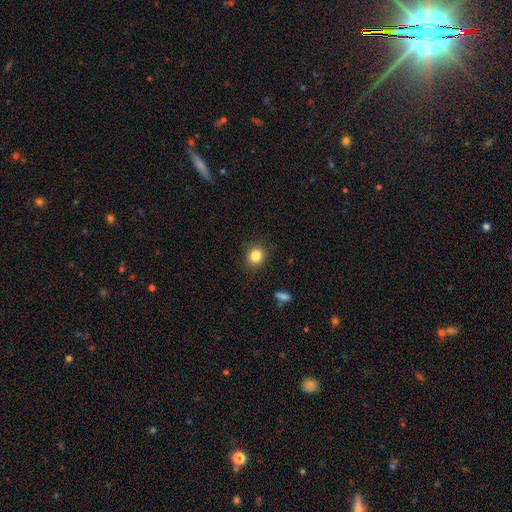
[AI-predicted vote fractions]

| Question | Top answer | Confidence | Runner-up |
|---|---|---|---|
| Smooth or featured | smooth | 84% | star or artifact (11%) |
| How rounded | round | 85% | in between (14%) |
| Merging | none | 88% | minor disturbance (8%) |